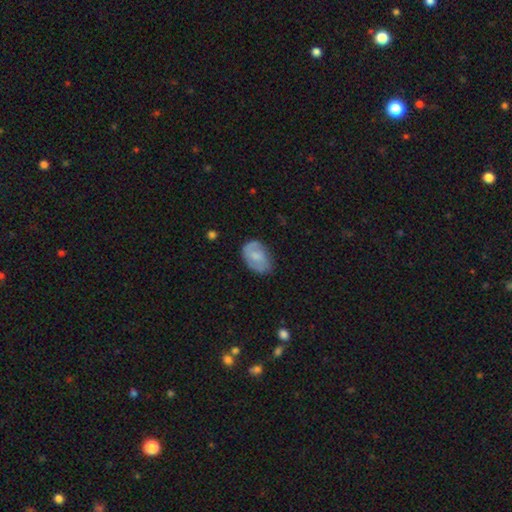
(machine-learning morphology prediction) Smooth or featured? Predicted: smooth (p=0.57). How rounded? Predicted: in between (p=0.83). Merging? Predicted: none (p=0.63).